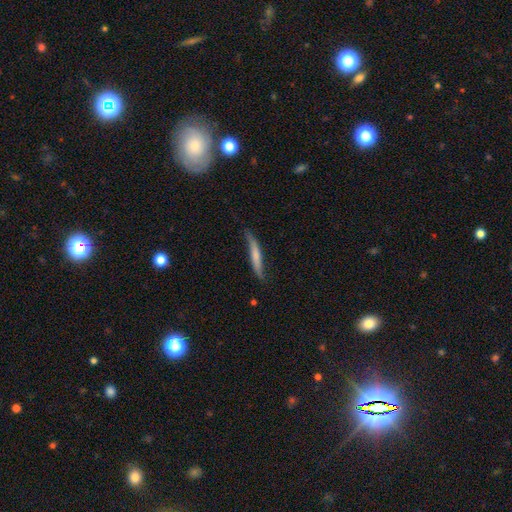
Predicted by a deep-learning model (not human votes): smooth 57%, featured or disk 37%, star or artifact 5%. Down the decision tree: how rounded — cigar-shaped (92%); merging — none (61%).